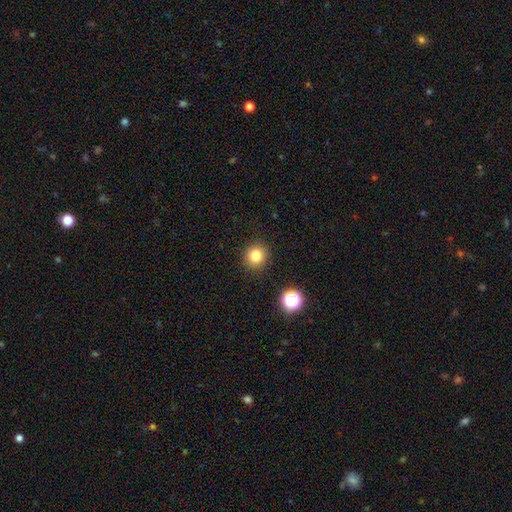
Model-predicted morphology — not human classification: Smooth or featured: smooth — 81% (star or artifact — 13%)
How rounded: round — 92% (in between — 7%)
Merging: none — 90% (minor disturbance — 6%)